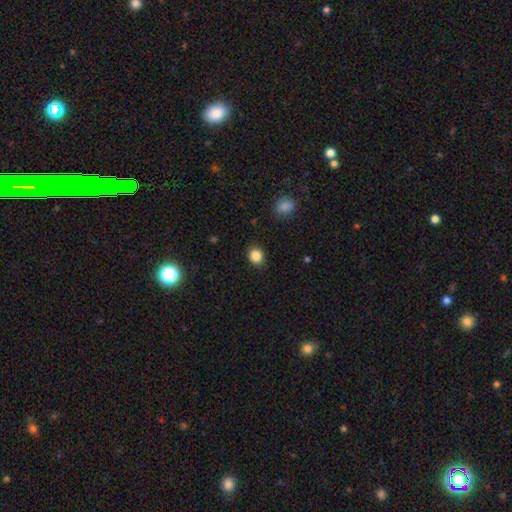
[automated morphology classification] The model was most divided on "how rounded": round: 75%, in between: 24%, cigar-shaped: 1%. More confident: merging — none (89%); smooth or featured — smooth (86%).